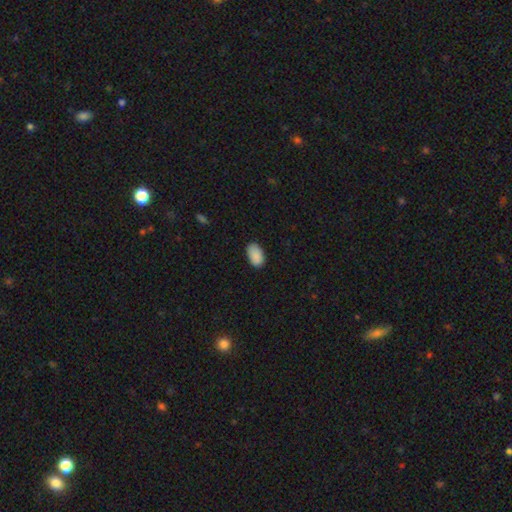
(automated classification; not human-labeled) Morphology: type=smooth (89%); roundness=in between (94%); merging=none (82%).